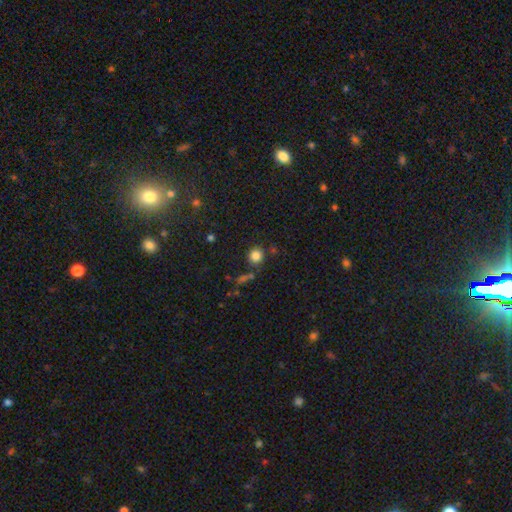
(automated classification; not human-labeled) The model was most divided on "merging": none: 80%, minor disturbance: 9%, merger: 7%, major disturbance: 3%. More confident: how rounded — round (89%); smooth or featured — smooth (83%).